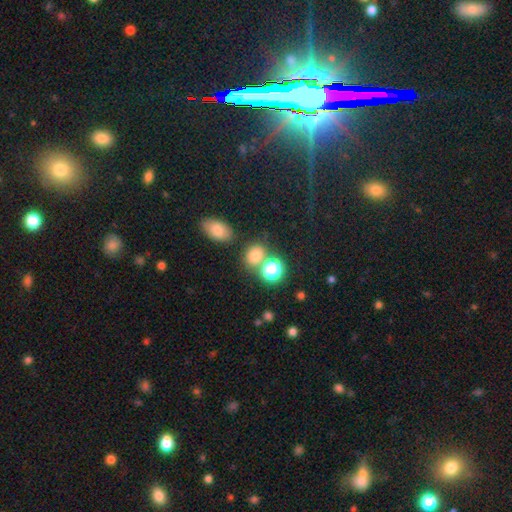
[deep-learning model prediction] This appears to be a smooth galaxy with no disk features (73%) that is round (58%). Merging: none (65%).